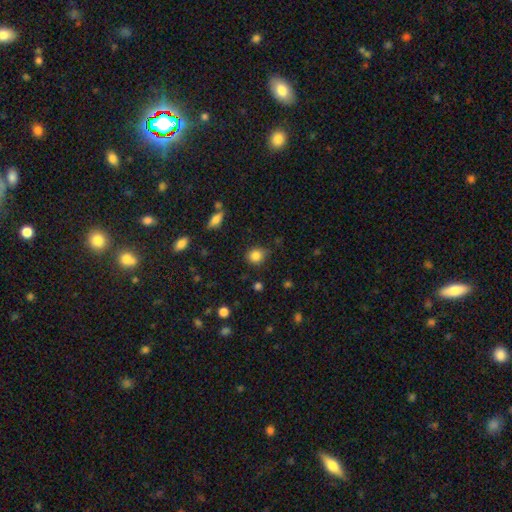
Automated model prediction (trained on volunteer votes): Morphology: type=smooth (84%); roundness=round (75%); merging=none (78%).